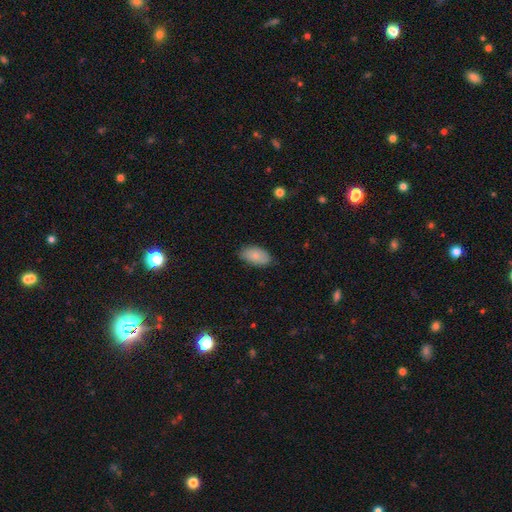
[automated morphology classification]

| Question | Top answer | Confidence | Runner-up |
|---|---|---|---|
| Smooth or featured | smooth | 80% | featured or disk (14%) |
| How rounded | in between | 94% | round (4%) |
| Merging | none | 78% | minor disturbance (18%) |